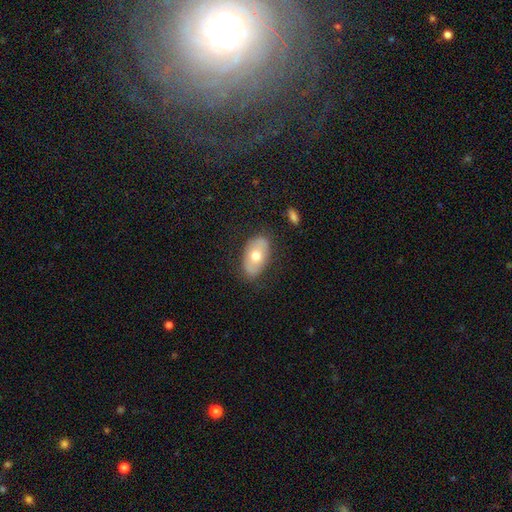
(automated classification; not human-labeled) Smooth or featured?
  - smooth: 60% *
  - featured or disk: 34%
  - star or artifact: 6%
How rounded?
  - in between: 91% *
  - round: 7%
  - cigar-shaped: 2%
Merging?
  - none: 79% *
  - minor disturbance: 15%
  - major disturbance: 4%
  - merger: 1%